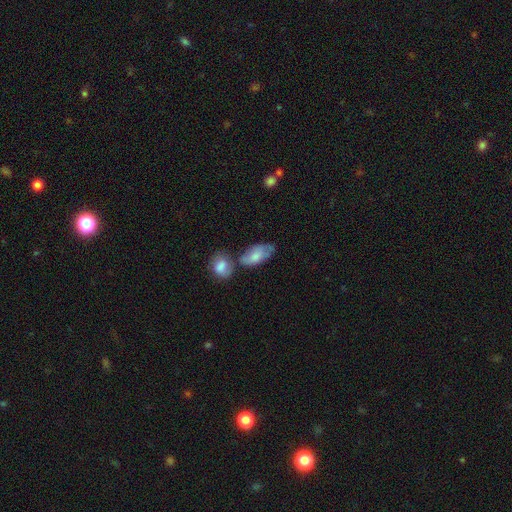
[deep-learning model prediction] Smooth or featured? smooth (71%)
How rounded? in between (91%)
Merging? none (42%)